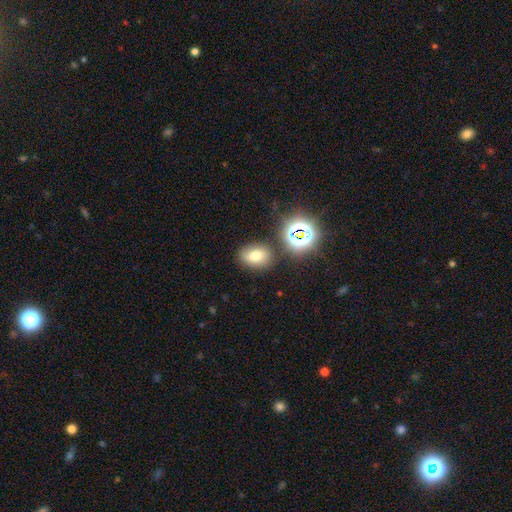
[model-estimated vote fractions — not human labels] Overall: smooth (67%). How rounded: in between (69%; round 29%). Merging: none (78%).